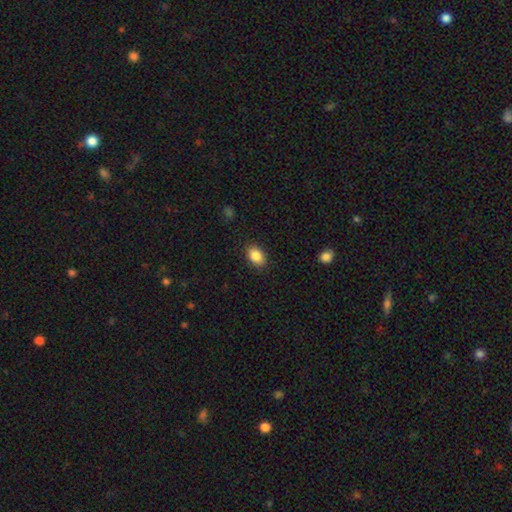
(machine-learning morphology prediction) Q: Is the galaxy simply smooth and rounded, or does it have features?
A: smooth — 87%.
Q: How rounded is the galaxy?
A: in between — 82%.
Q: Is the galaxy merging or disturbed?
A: none — 88%.